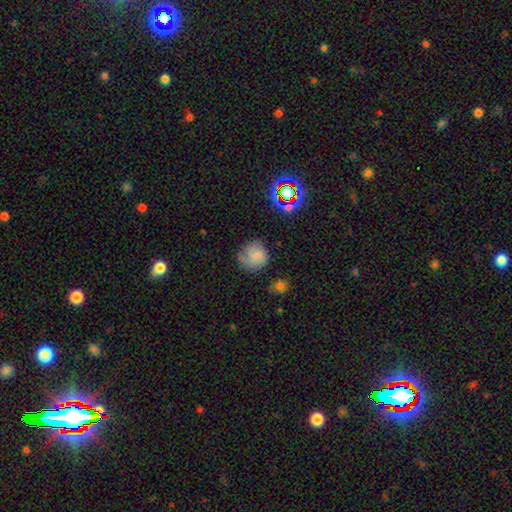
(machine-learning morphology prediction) A smooth galaxy with no disk features (70%) that is round (85%).

Vote fractions:
- Smooth or featured? smooth: 70% / featured or disk: 19% / star or artifact: 12%
- How rounded? round: 85% / in between: 14% / cigar-shaped: 1%
- Merging? none: 61% / minor disturbance: 26% / major disturbance: 10% / merger: 3%